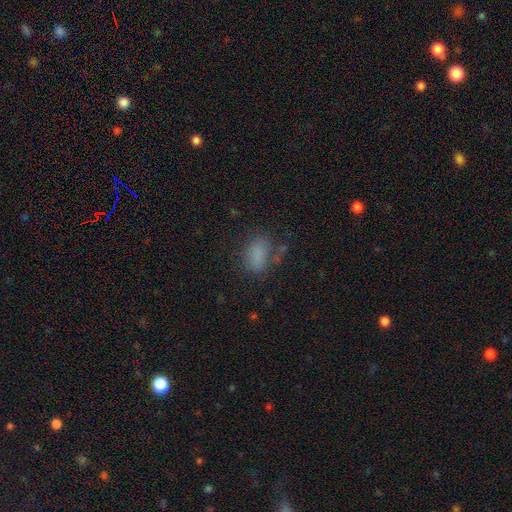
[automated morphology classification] This appears to be a smooth galaxy with no disk features (79%) that is in between round and cigar-shaped (86%). Merging: none (66%).